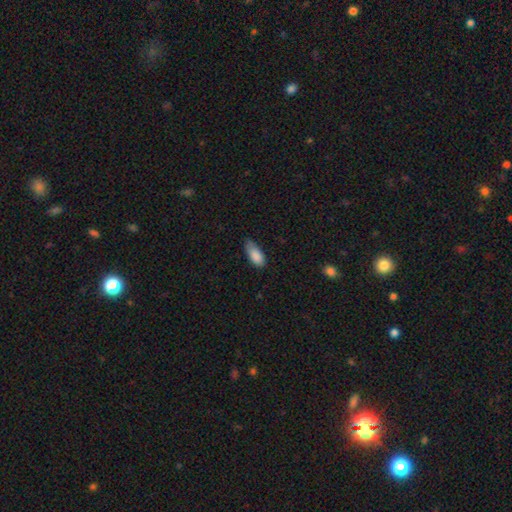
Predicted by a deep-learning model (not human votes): Morphology: type=smooth (87%); roundness=in between (86%); merging=none (52%).